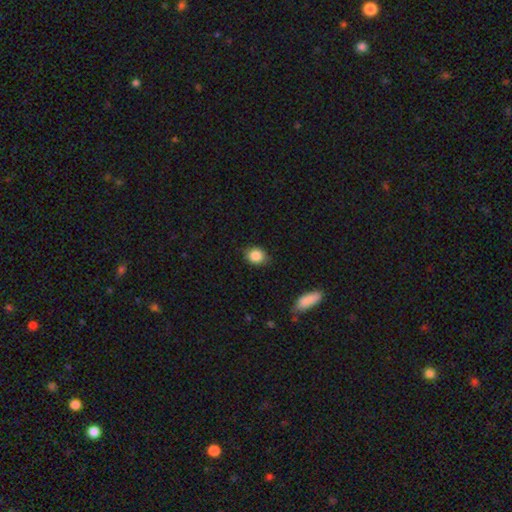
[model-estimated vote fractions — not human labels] smooth 87%, star or artifact 9%, featured or disk 5%. Down the decision tree: how rounded — round (64%); merging — none (78%).